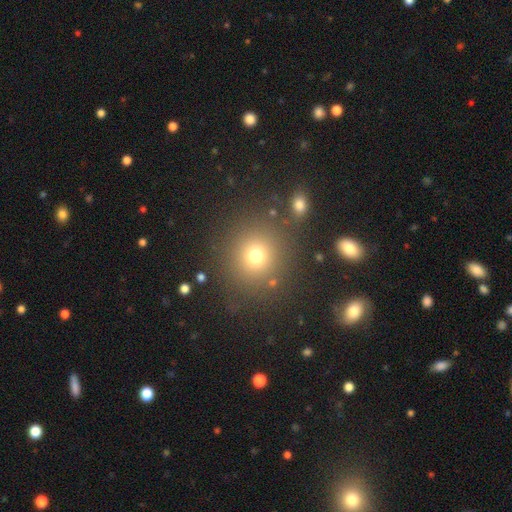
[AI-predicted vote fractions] The model was most divided on "smooth or featured": smooth: 72%, star or artifact: 18%, featured or disk: 9%. More confident: how rounded — round (90%); merging — none (84%).